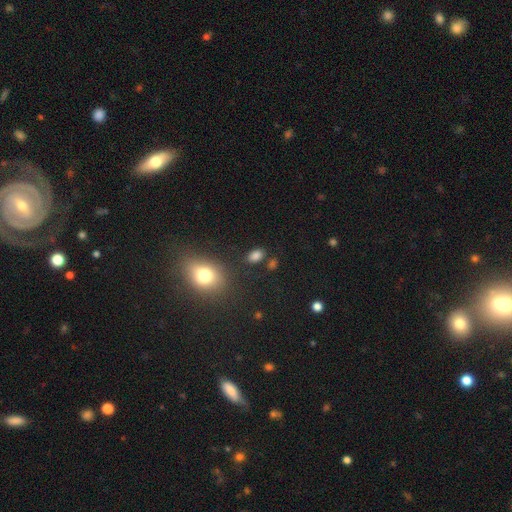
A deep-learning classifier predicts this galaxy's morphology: Smooth or featured? Predicted: smooth (p=0.82). How rounded? Predicted: in between (p=0.85). Merging? Predicted: none (p=0.81).